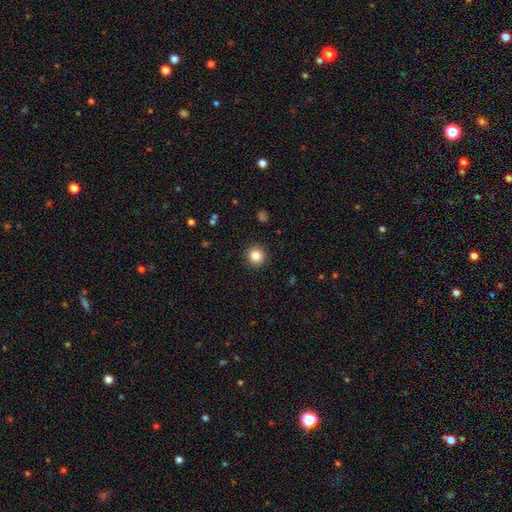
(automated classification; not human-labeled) A smooth galaxy with no disk features (85%) that is round (94%).

Vote fractions:
- Smooth or featured? smooth: 85% / star or artifact: 10% / featured or disk: 5%
- How rounded? round: 94% / in between: 5% / cigar-shaped: 1%
- Merging? none: 91% / minor disturbance: 6% / major disturbance: 2% / merger: 1%